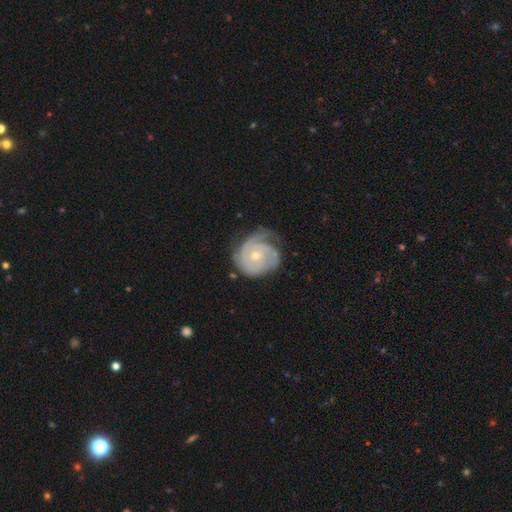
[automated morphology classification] Q: Smooth or featured?
A: featured or disk (79%); runner-up: smooth (16%)
Q: Edge-on disk?
A: no (98%); runner-up: yes (2%)
Q: Bar?
A: no (73%); runner-up: weak (23%)
Q: Spiral arms?
A: yes (93%); runner-up: no (7%)
Q: Spiral winding?
A: tight (70%); runner-up: medium (22%)
Q: Spiral arm count?
A: can't tell (30%); runner-up: 2 (29%)
Q: Bulge size?
A: small (56%); runner-up: moderate (41%)
Q: Merging?
A: none (52%); runner-up: minor disturbance (28%)